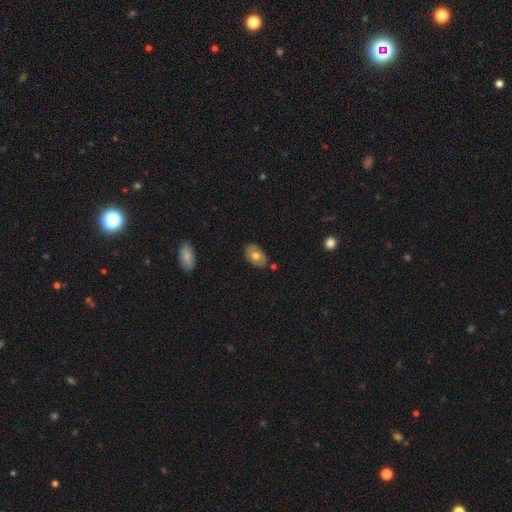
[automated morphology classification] type=smooth (67%); roundness=in between (88%); merging=none (80%).